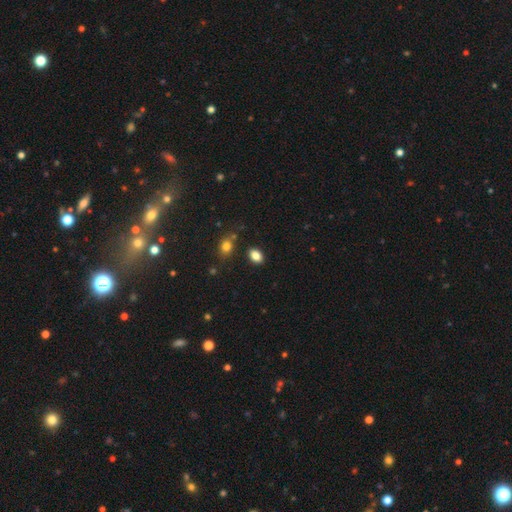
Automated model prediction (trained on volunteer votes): Smooth or featured? Predicted: smooth (p=0.85). How rounded? Predicted: in between (p=0.82). Merging? Predicted: none (p=0.84).